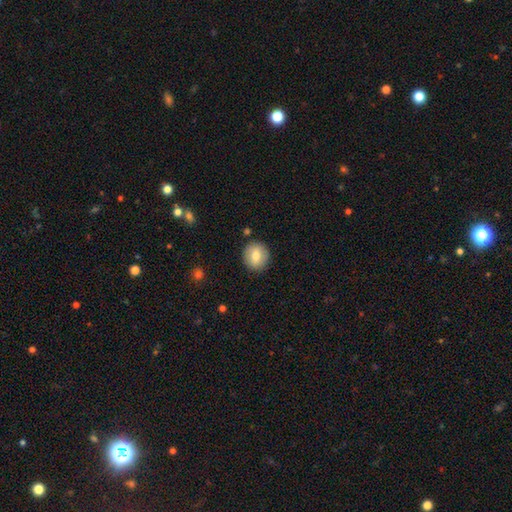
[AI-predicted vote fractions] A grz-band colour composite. It shows a smooth galaxy with no disk features (74%) that is round (84%). Merging: none (88%).